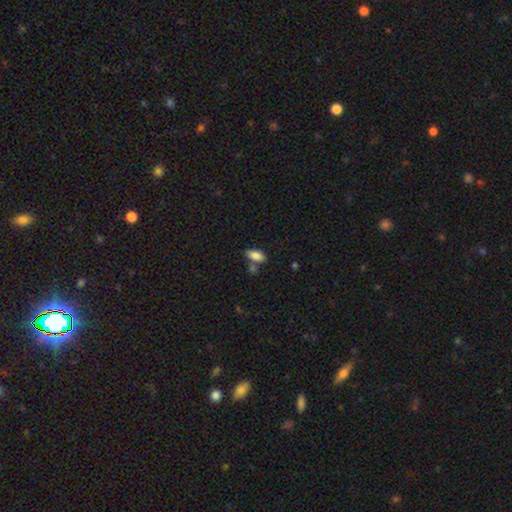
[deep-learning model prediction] Q: Smooth or featured?
A: smooth (85%); runner-up: star or artifact (8%)
Q: How rounded?
A: in between (87%); runner-up: cigar-shaped (10%)
Q: Merging?
A: none (66%); runner-up: merger (16%)